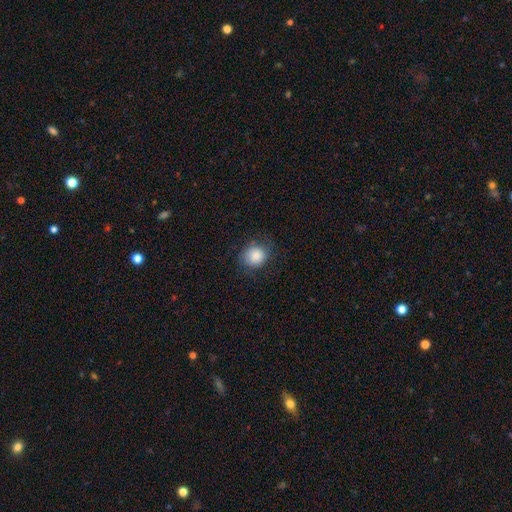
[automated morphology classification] Smooth or featured: smooth — 85% (star or artifact — 9%)
How rounded: round — 75% (in between — 24%)
Merging: none — 78% (minor disturbance — 16%)